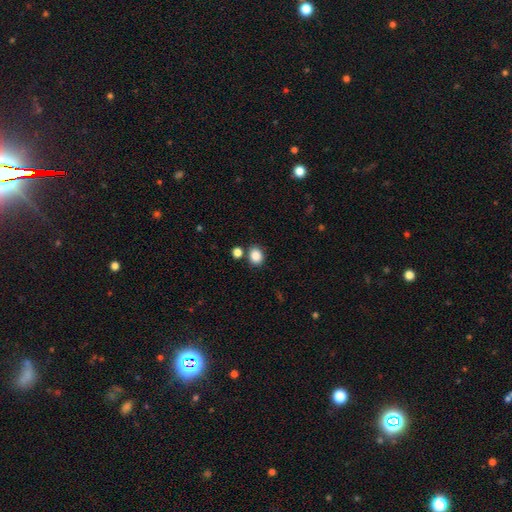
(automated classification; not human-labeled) smooth_or_featured: smooth (p=0.86) [alt: star or artifact p=0.10]
how_rounded: round (p=0.53) [alt: in between p=0.46]
merging: none (p=0.76) [alt: merger p=0.11]